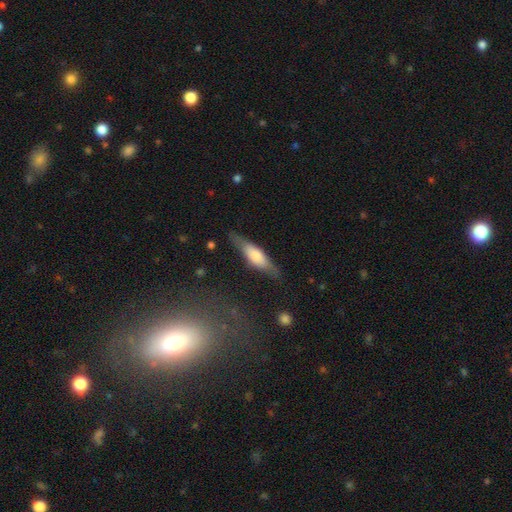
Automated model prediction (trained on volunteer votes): The model was most divided on "smooth or featured": smooth: 56%, featured or disk: 38%, star or artifact: 6%. More confident: merging — none (76%); how rounded — cigar-shaped (61%).